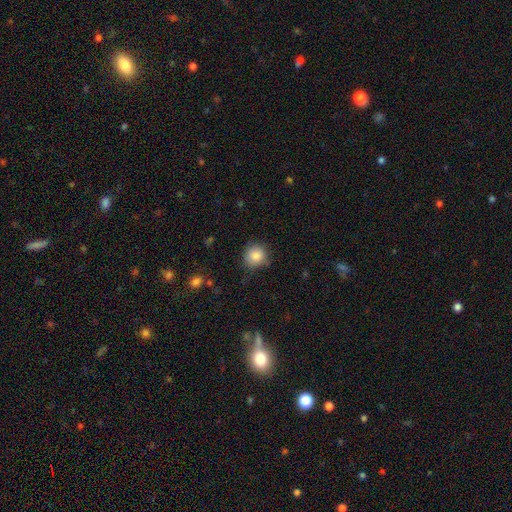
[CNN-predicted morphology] This is clearly a smooth galaxy (85%). How rounded: clearly round (90%). Merging: likely none (77%).